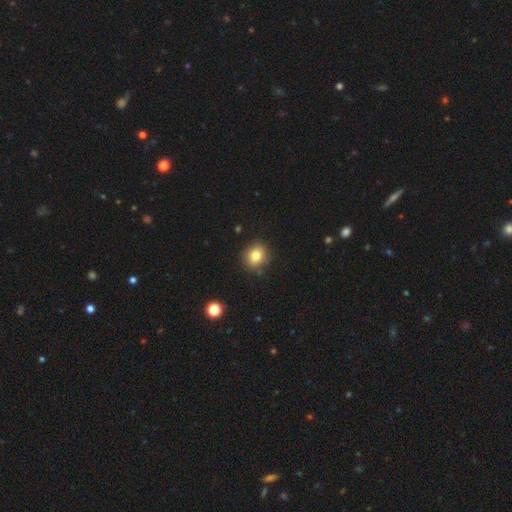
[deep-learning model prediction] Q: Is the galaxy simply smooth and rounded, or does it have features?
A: smooth — 81%.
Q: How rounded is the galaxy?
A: round — 76%.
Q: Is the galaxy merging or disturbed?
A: none — 82%.